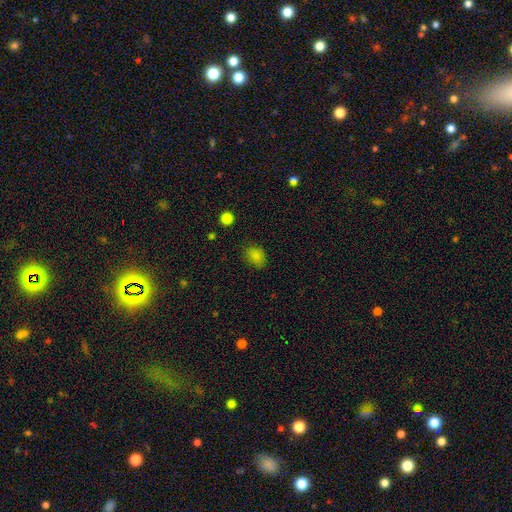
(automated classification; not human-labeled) Smooth or featured? Predicted: smooth (p=0.83). How rounded? Predicted: in between (p=0.64). Merging? Predicted: none (p=0.79).